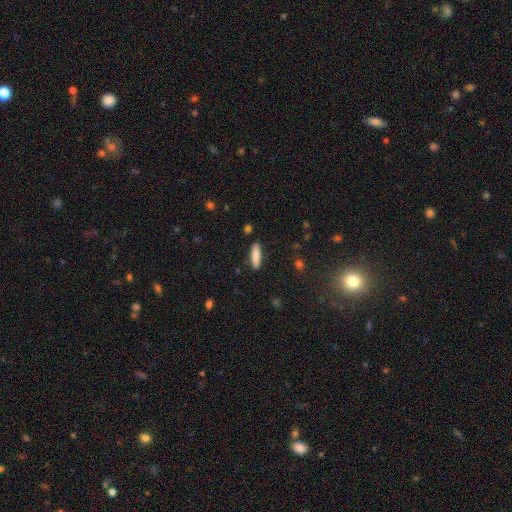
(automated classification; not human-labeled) The model was most divided on "how rounded": cigar-shaped: 73%, in between: 26%, round: 2%. More confident: merging — none (87%); smooth or featured — smooth (82%).